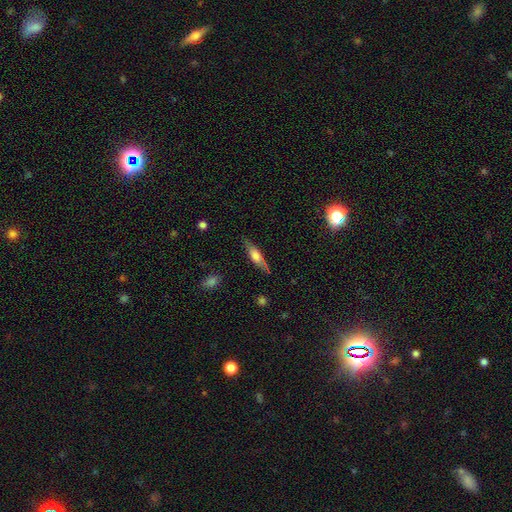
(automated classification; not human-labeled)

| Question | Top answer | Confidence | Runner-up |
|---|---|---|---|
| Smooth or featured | smooth | 51% | featured or disk (42%) |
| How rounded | cigar-shaped | 63% | in between (34%) |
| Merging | none | 81% | minor disturbance (14%) |